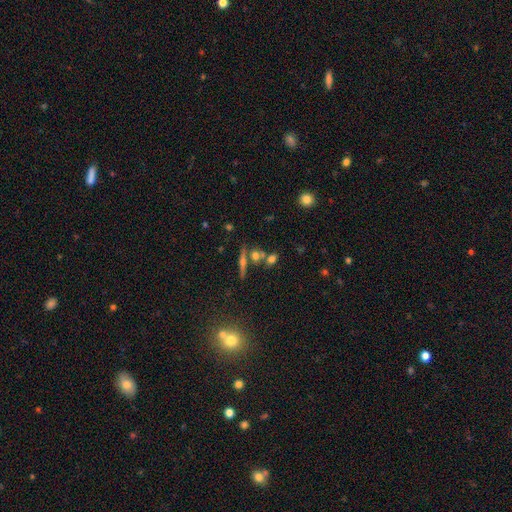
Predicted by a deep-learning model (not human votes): Overall: featured or disk (43%; smooth 42%). Merging: none (58%; merger 29%).